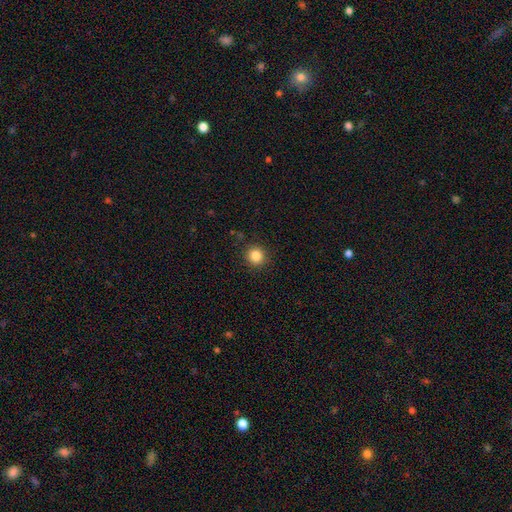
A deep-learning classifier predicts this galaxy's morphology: smooth 85%, star or artifact 11%, featured or disk 4%. Down the decision tree: how rounded — round (93%); merging — none (90%).